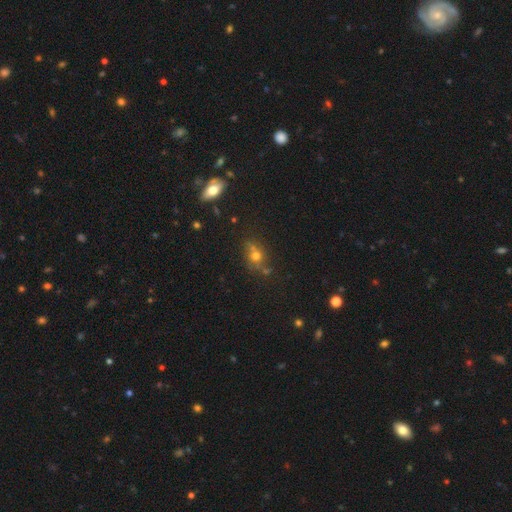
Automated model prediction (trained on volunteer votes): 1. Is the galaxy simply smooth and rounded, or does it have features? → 62% smooth, 22% star or artifact, 16% featured or disk.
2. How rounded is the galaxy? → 71% round, 27% in between, 2% cigar-shaped.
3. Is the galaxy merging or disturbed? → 59% none, 20% merger, 15% minor disturbance, 6% major disturbance.